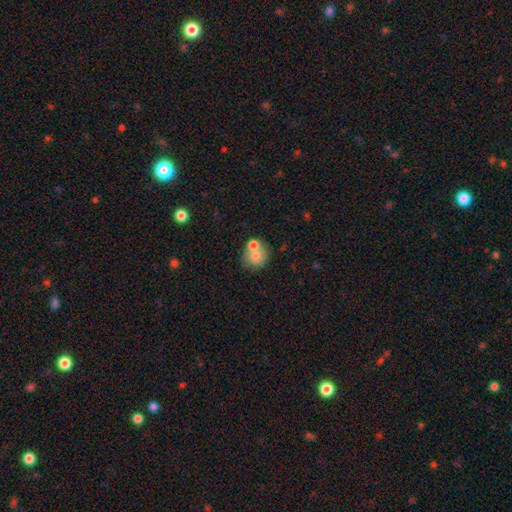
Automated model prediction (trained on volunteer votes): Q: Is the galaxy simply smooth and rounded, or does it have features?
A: smooth — 74%.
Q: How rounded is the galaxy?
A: round — 80%.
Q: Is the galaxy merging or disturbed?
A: none — 48%.